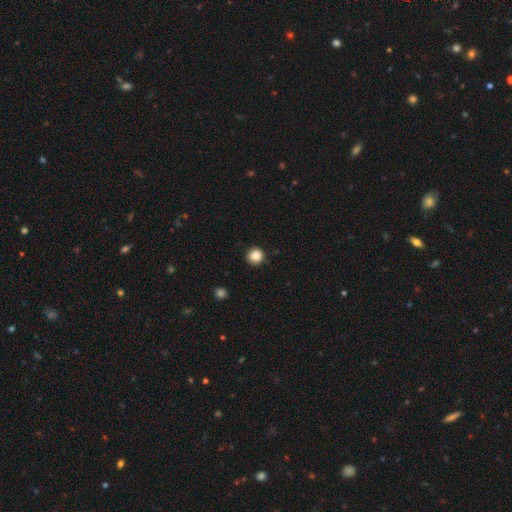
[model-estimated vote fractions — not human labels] Q: Smooth or featured?
A: smooth (87%); runner-up: star or artifact (10%)
Q: How rounded?
A: round (95%); runner-up: in between (4%)
Q: Merging?
A: none (91%); runner-up: minor disturbance (6%)